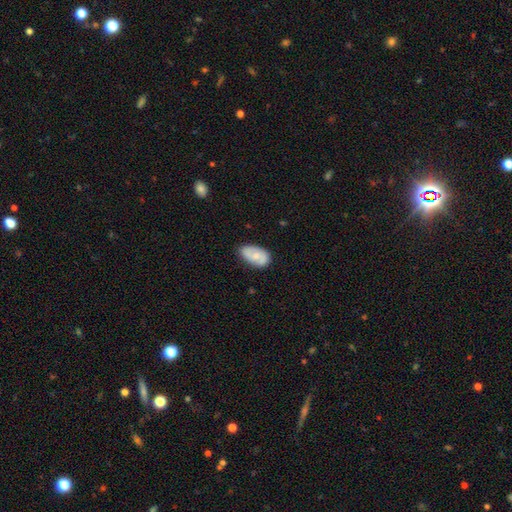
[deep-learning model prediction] Overall: smooth (61%; featured or disk 33%). How rounded: in between (93%). Merging: none (71%).